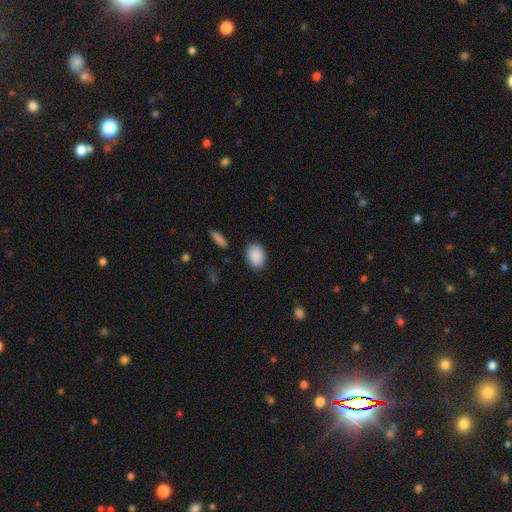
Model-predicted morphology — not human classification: type=smooth (90%); roundness=in between (73%); merging=none (86%).